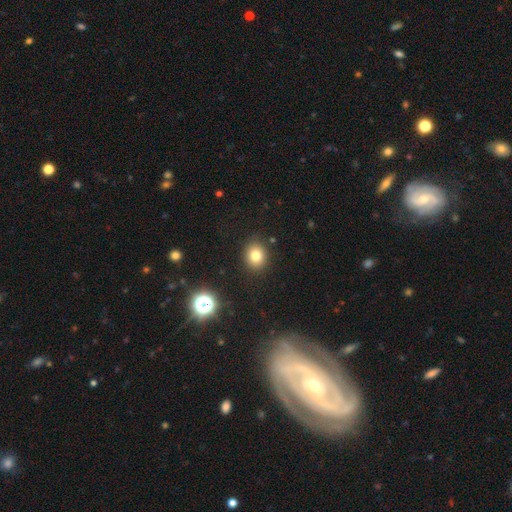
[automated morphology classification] Smooth or featured: smooth — 78% (star or artifact — 13%)
How rounded: round — 66% (in between — 33%)
Merging: none — 88% (minor disturbance — 8%)